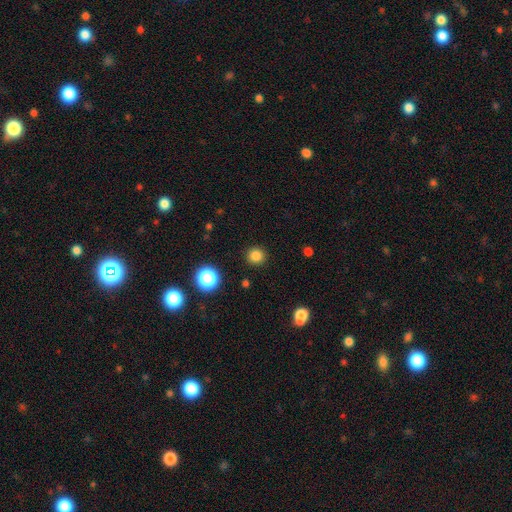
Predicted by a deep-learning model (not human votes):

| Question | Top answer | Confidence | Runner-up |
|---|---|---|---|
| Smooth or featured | smooth | 82% | star or artifact (14%) |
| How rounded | round | 93% | in between (6%) |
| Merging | none | 91% | minor disturbance (5%) |